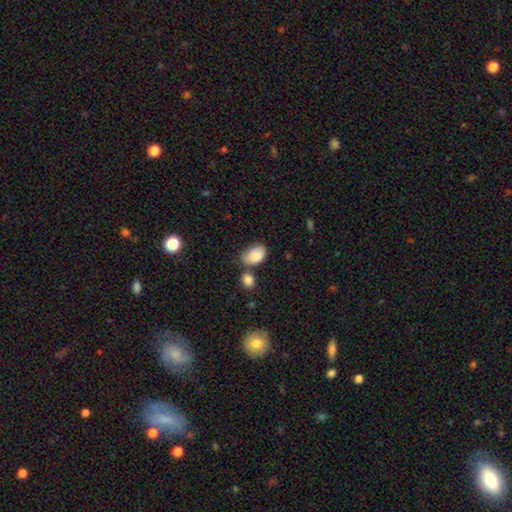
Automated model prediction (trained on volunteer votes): This appears to be a smooth galaxy with no disk features (87%) that is in between round and cigar-shaped (88%). Merging: none (47%).